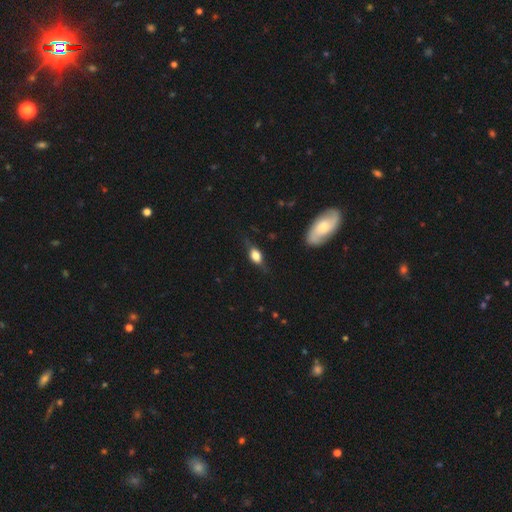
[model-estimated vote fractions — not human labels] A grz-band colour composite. It shows a smooth galaxy with no disk features (57%) that is in between round and cigar-shaped (72%). Merging: none (67%).